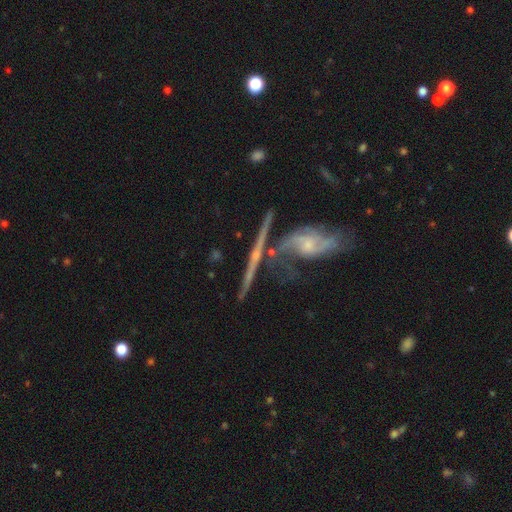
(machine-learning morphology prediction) type=featured or disk (76%); edge-on=yes (83%); edge-on bulge=rounded (58%); merging=none (51%).